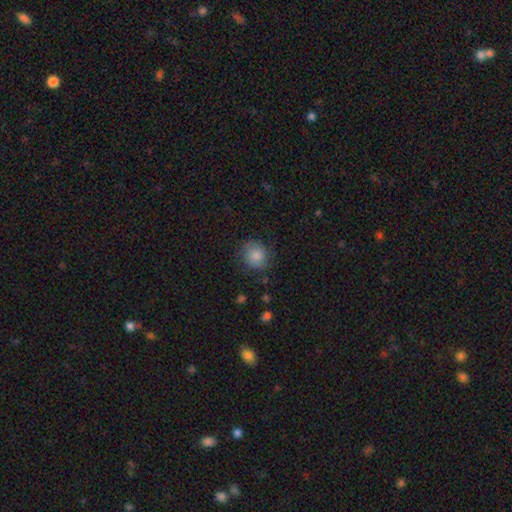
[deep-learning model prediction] Overall: smooth (84%). How rounded: round (85%). Merging: none (80%).